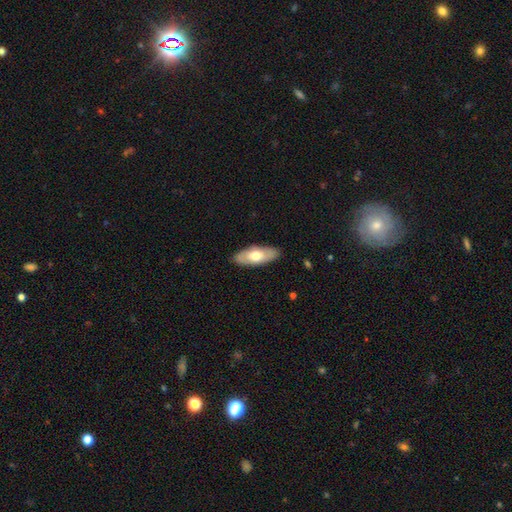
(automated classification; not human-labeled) Smooth or featured? Predicted: smooth (p=0.60). How rounded? Predicted: in between (p=0.82). Merging? Predicted: none (p=0.87).